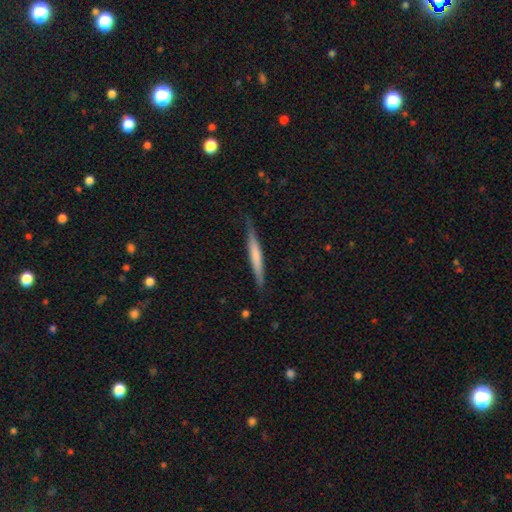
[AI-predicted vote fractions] smooth_or_featured: smooth (p=0.55) [alt: featured or disk p=0.40]
how_rounded: cigar-shaped (p=0.96) [alt: in between p=0.03]
merging: none (p=0.81) [alt: minor disturbance p=0.15]